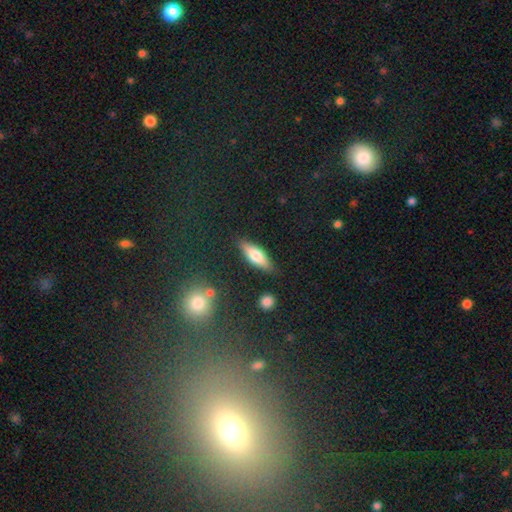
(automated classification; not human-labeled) Smooth or featured: smooth — 63% (featured or disk — 30%)
How rounded: cigar-shaped — 49% (tied with in between — 49%)
Merging: none — 83% (minor disturbance — 12%)